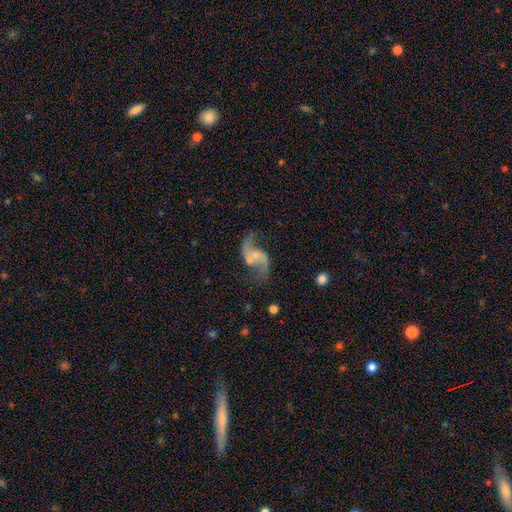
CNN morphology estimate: smooth_or_featured: featured or disk (p=0.88) [alt: smooth p=0.06]
disk_edge_on: no (p=0.98) [alt: yes p=0.02]
bar: no (p=0.51) [alt: weak p=0.39]
has_spiral_arms: yes (p=0.96) [alt: no p=0.04]
spiral_winding: loose (p=0.81) [alt: medium p=0.16]
spiral_arm_count: 2 (p=0.93) [alt: 1 p=0.02]
bulge_size: small (p=0.51) [alt: moderate p=0.28]
merging: none (p=0.61) [alt: minor disturbance p=0.16]